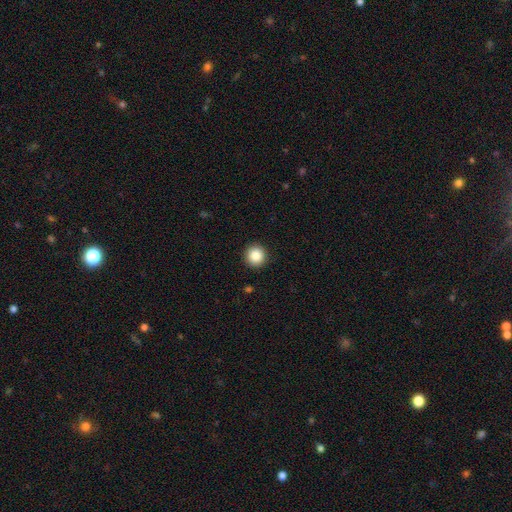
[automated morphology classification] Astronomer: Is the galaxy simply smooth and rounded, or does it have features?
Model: smooth — 87%.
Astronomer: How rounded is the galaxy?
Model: round — 95%.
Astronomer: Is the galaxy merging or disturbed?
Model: none — 93%.